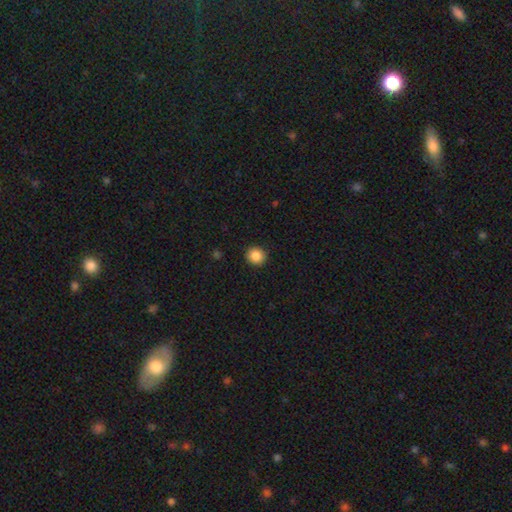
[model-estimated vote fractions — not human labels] Smooth or featured: smooth — 87% (star or artifact — 9%)
How rounded: round — 89% (in between — 11%)
Merging: none — 92% (minor disturbance — 6%)